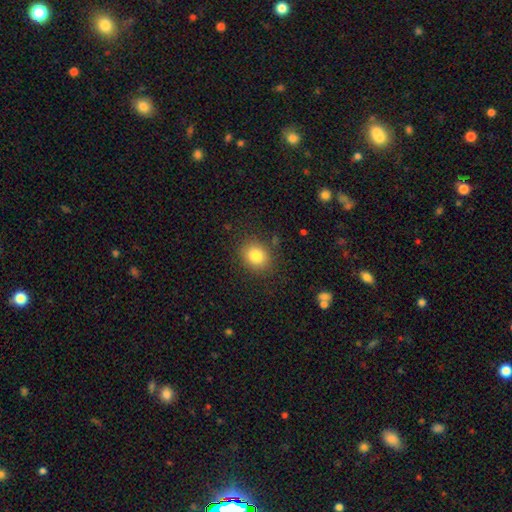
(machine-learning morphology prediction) smooth 82%, star or artifact 10%, featured or disk 8%. Down the decision tree: how rounded — round (64%); merging — none (84%).